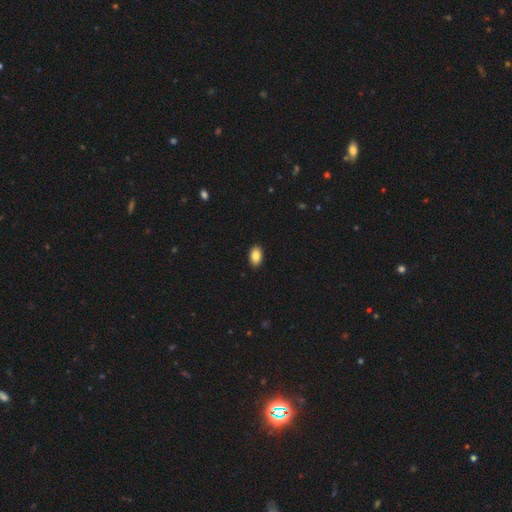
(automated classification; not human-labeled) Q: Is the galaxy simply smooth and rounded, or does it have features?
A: smooth — 86%.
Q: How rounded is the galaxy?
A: in between — 91%.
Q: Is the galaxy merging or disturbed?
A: none — 91%.